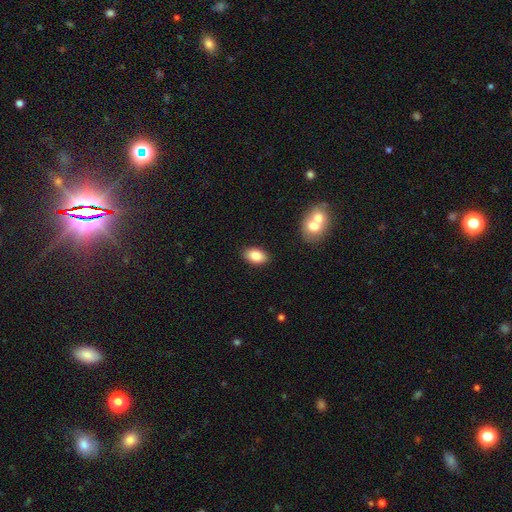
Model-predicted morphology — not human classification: smooth 85%, star or artifact 8%, featured or disk 7%. Down the decision tree: how rounded — in between (90%); merging — none (88%).